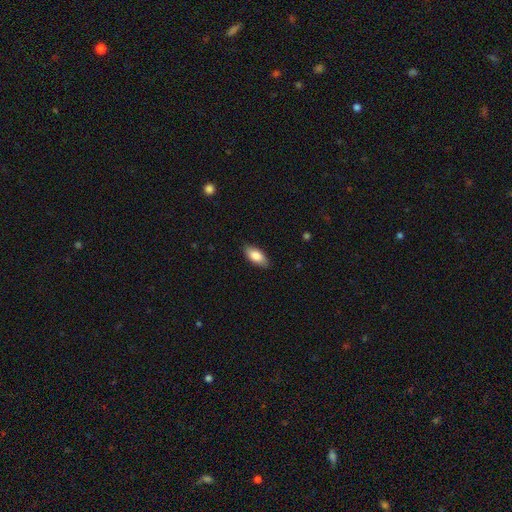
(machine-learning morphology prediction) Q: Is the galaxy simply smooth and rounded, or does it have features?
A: smooth — 84%.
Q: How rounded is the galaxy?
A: in between — 89%.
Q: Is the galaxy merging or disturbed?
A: none — 87%.